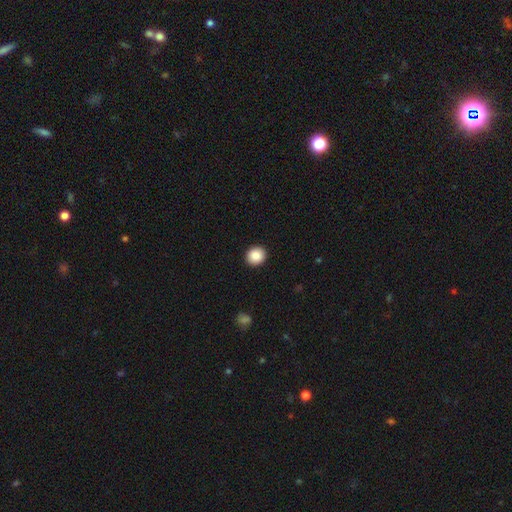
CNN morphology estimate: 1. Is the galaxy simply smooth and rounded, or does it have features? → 87% smooth, 8% star or artifact, 4% featured or disk.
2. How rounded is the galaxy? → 87% round, 12% in between, 1% cigar-shaped.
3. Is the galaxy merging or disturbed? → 93% none, 5% minor disturbance, 2% major disturbance, 1% merger.